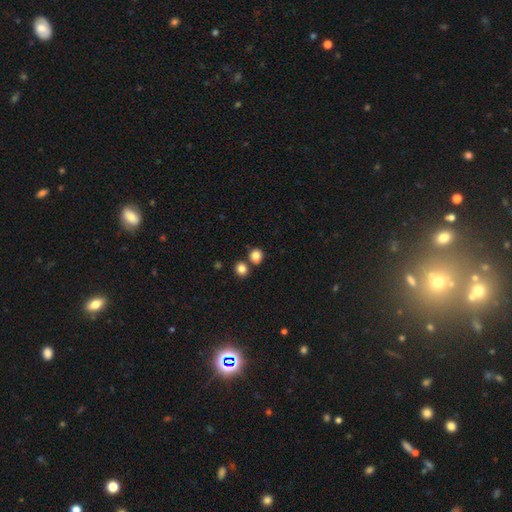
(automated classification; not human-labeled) This is clearly a smooth galaxy (84%). How rounded: clearly round (84%). Merging: likely none (70%).